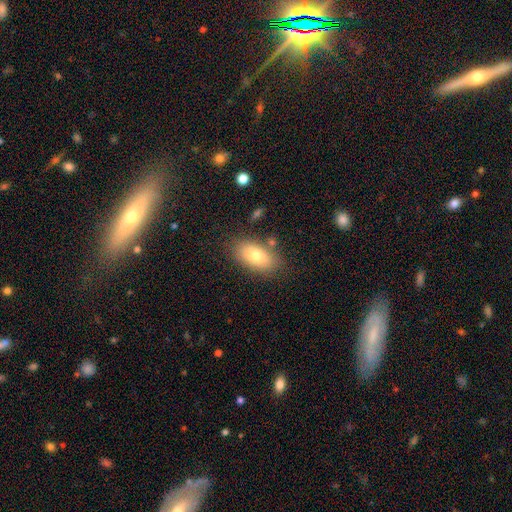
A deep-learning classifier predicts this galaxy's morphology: Smooth or featured? smooth (77%)
How rounded? in between (91%)
Merging? none (79%)